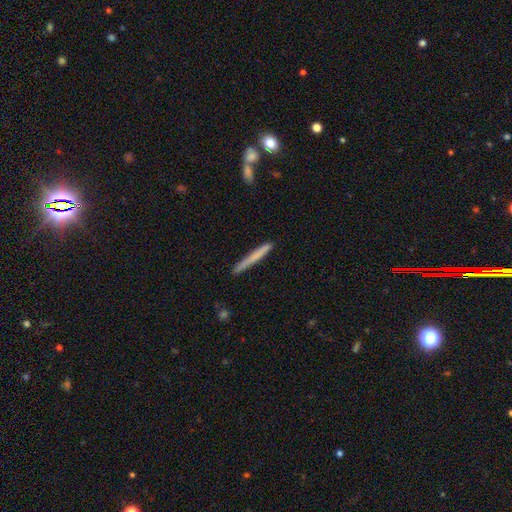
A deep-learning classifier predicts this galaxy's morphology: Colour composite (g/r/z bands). It shows a smooth galaxy with no disk features (65%) that is cigar-shaped (97%). Merging: none (88%).